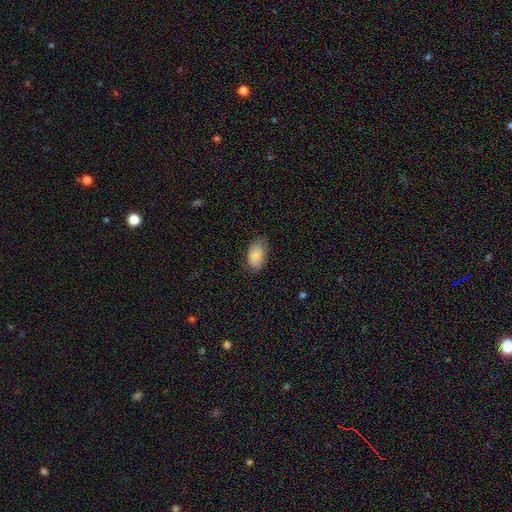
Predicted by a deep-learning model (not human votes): Overall: smooth (84%). How rounded: in between (92%). Merging: none (74%).